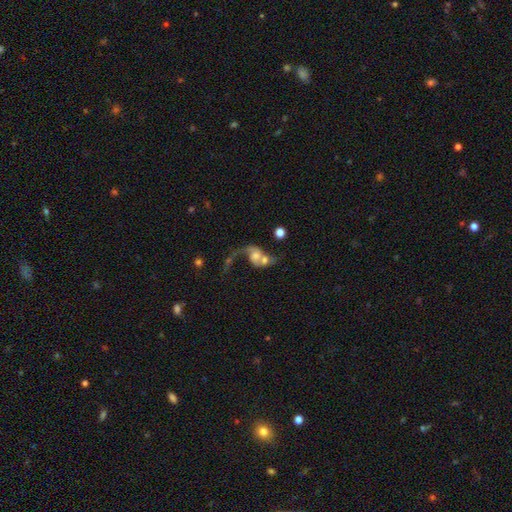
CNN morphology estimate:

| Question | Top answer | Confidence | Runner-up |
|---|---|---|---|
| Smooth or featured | featured or disk | 65% | smooth (26%) |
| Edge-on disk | no | 96% | yes (4%) |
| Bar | no | 69% | weak (25%) |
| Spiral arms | yes | 82% | no (18%) |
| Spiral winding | loose | 86% | medium (12%) |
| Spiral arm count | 2 | 58% | 1 (36%) |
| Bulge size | moderate | 38% | small (22%) |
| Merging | merger | 55% | major disturbance (19%) |